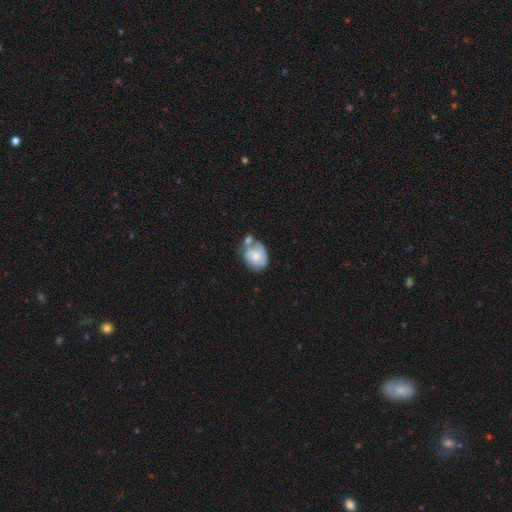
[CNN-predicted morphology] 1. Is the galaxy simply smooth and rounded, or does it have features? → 68% smooth, 25% featured or disk, 7% star or artifact.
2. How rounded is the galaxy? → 54% in between, 45% round, 1% cigar-shaped.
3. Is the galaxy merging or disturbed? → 40% merger, 30% none, 21% minor disturbance, 9% major disturbance.